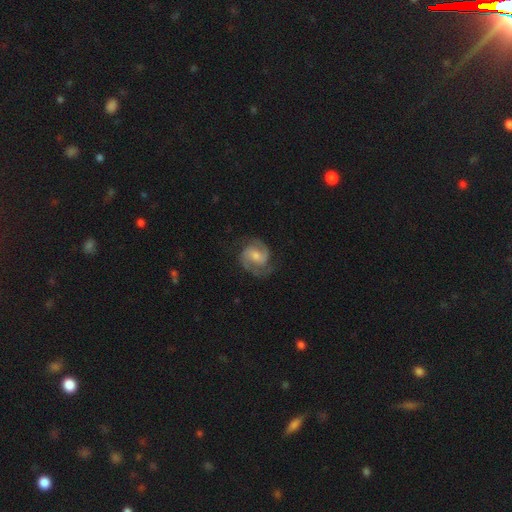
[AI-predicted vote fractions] featured or disk 87%, smooth 8%, star or artifact 5%. Down the decision tree: edge-on disk — no (98%); bar — weak (48%); spiral arms — yes (98%); spiral arm count — 2 (91%); spiral winding — medium (53%); bulge size — moderate (49%); merging — none (79%).